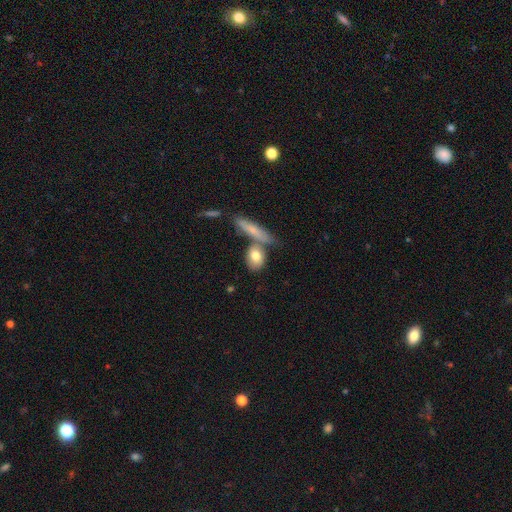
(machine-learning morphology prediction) smooth_or_featured: smooth (p=0.76) [alt: featured or disk p=0.17]
how_rounded: in between (p=0.59) [alt: round p=0.26]
merging: none (p=0.53) [alt: merger p=0.29]